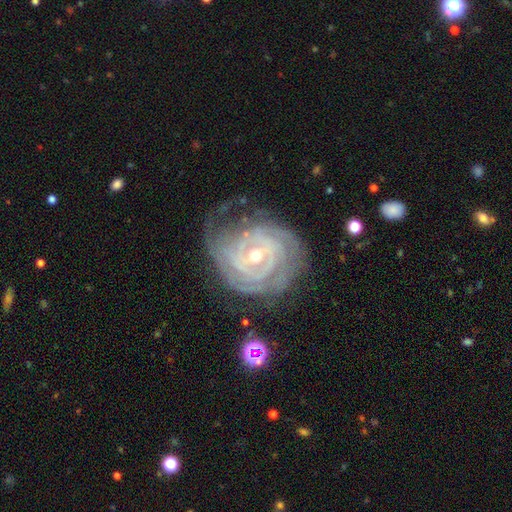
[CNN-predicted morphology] A featured or disk galaxy (89%) with a weak bar (40%, tied with no), tight (80%) spiral arms (96%) and a small central bulge (58%). Merging: none (62%).